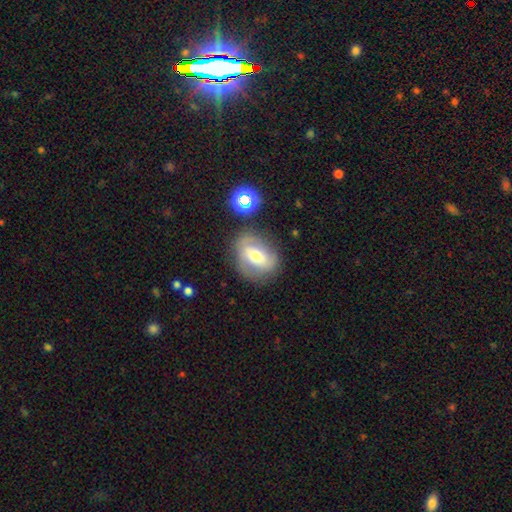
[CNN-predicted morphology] Q: Smooth or featured?
A: featured or disk (48%); runner-up: smooth (42%)
Q: Merging?
A: none (69%); runner-up: minor disturbance (18%)